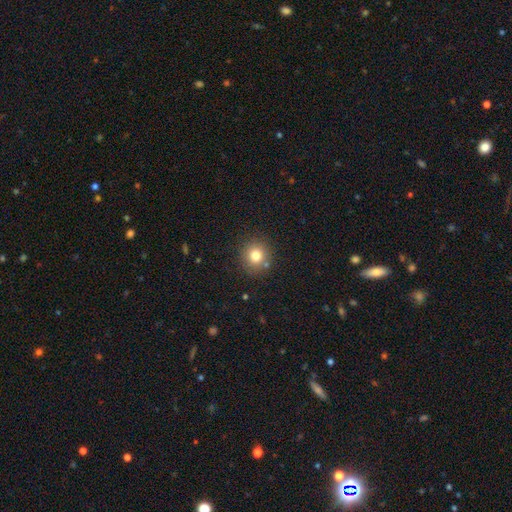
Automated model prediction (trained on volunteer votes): smooth 78%, star or artifact 13%, featured or disk 9%. Down the decision tree: how rounded — round (89%); merging — none (84%).